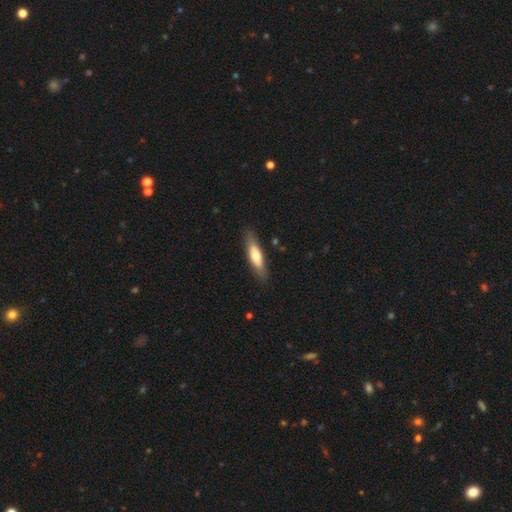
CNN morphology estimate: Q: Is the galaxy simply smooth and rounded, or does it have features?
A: smooth — 62%.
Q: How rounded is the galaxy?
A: cigar-shaped — 63%.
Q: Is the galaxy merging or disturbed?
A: none — 84%.